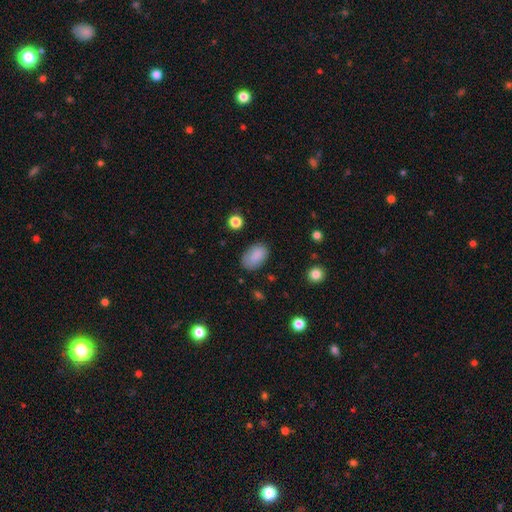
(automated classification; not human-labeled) Smooth or featured: smooth — 87% (star or artifact — 8%)
How rounded: in between — 92% (round — 6%)
Merging: none — 79% (minor disturbance — 16%)